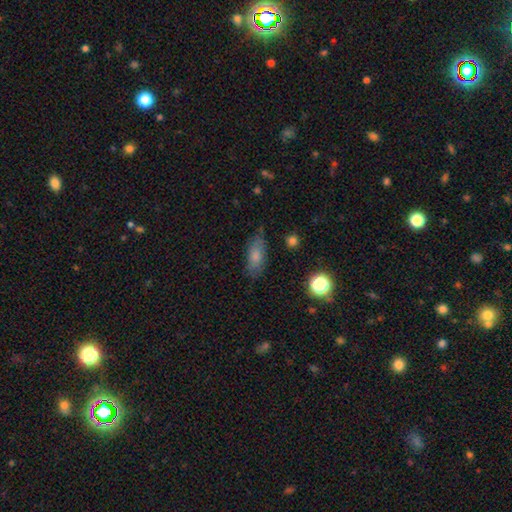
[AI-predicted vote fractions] Q: Smooth or featured?
A: smooth (77%); runner-up: featured or disk (14%)
Q: How rounded?
A: in between (81%); runner-up: cigar-shaped (14%)
Q: Merging?
A: none (75%); runner-up: minor disturbance (18%)